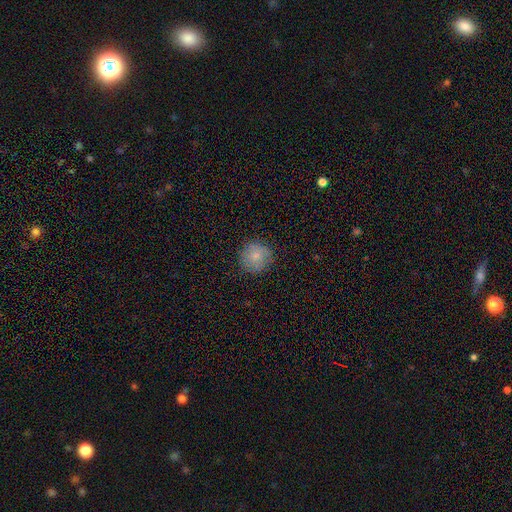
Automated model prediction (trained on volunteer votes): This is clearly a smooth galaxy (82%). How rounded: clearly round (92%). Merging: clearly none (85%).